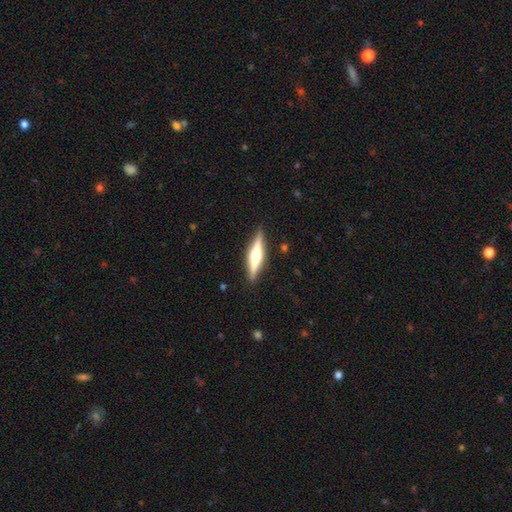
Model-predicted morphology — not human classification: smooth-or-featured: featured or disk: 67% | smooth: 28% | star or artifact: 5%
  disk-edge-on: yes: 97% | no: 3%
    edge-on-bulge: rounded: 84% | boxy: 10% | none: 6%
  merging: none: 90% | minor disturbance: 7% | major disturbance: 2% | merger: 1%